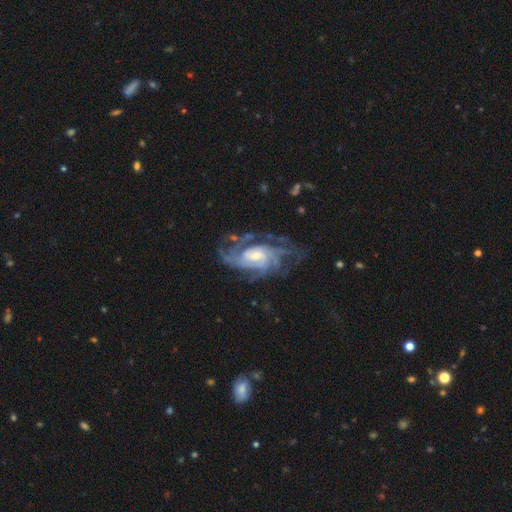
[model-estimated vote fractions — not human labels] This is clearly a featured or disk galaxy (89%). It is clearly not viewed edge-on (96%). Bar: possibly no (54%). Spiral arm pattern: clearly yes (97%). Spiral arm count: marginally can't tell (27%). Spiral winding: possibly tight (56%). Central bulge: possibly moderate (50%). Merging: likely none (64%).